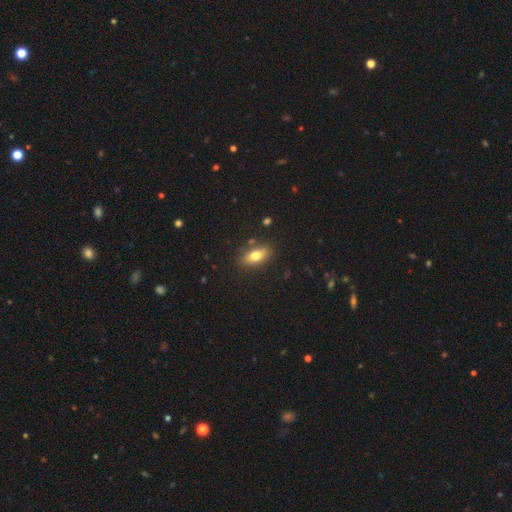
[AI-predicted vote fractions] The model was most divided on "smooth or featured": smooth: 74%, featured or disk: 18%, star or artifact: 8%. More confident: how rounded — in between (84%); merging — none (83%).